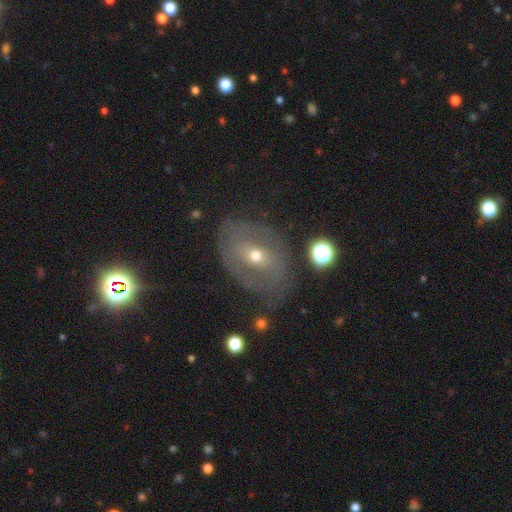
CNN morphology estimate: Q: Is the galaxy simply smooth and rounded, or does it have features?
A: featured or disk — 62%.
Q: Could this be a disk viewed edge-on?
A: no — 93%.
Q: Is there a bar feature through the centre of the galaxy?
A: no — 44%.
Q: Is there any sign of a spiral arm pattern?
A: no — 54%.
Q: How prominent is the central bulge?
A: moderate — 54%.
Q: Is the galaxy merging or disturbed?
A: none — 64%.